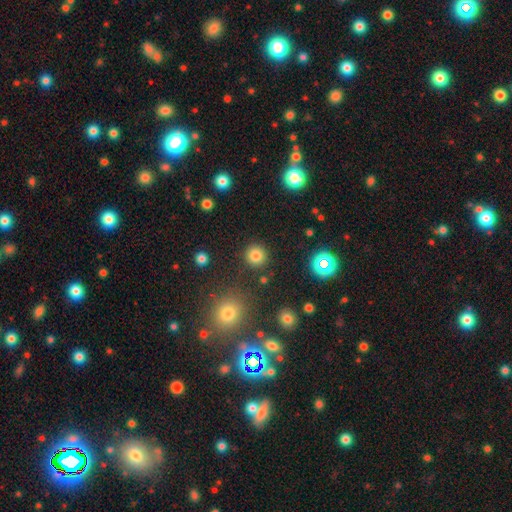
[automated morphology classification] smooth_or_featured: smooth (p=0.81) [alt: star or artifact p=0.14]
how_rounded: round (p=0.94) [alt: in between p=0.05]
merging: none (p=0.90) [alt: minor disturbance p=0.06]